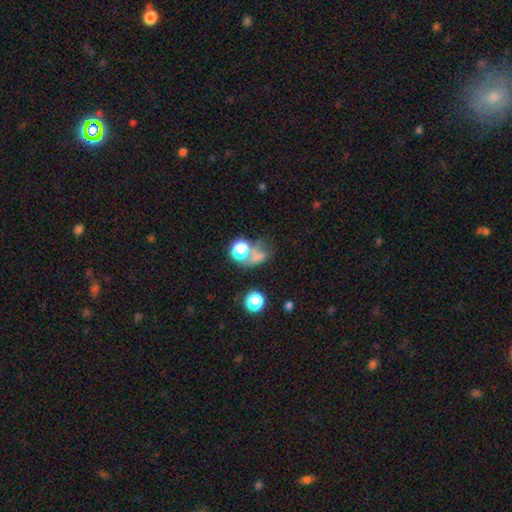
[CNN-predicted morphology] smooth-or-featured: smooth: 58% | star or artifact: 27% | featured or disk: 15%
  how-rounded: round: 56% | in between: 41% | cigar-shaped: 2%
  merging: none: 37% | merger: 30% | major disturbance: 20% | minor disturbance: 14%